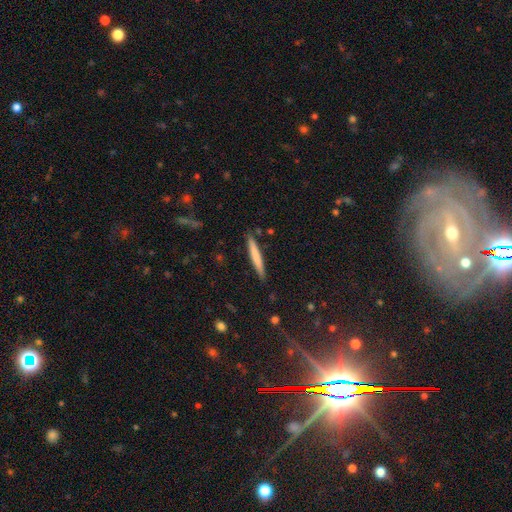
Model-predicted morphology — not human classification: type=smooth (69%); roundness=cigar-shaped (96%); merging=none (88%).